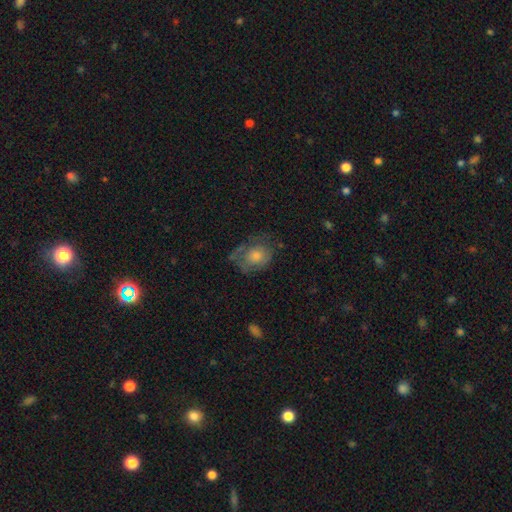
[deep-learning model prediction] The model was most divided on "smooth or featured": smooth: 48%, featured or disk: 40%, star or artifact: 12%. More confident: merging — none (53%).